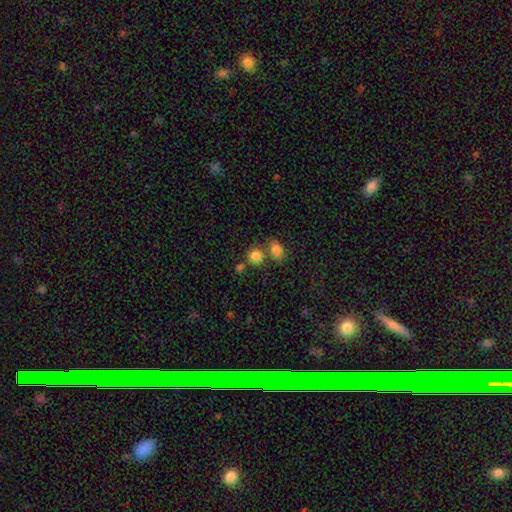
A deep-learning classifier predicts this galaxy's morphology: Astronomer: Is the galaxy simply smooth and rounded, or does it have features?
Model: smooth — 83%.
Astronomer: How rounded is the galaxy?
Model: round — 78%.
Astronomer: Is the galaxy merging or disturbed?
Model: none — 59%.